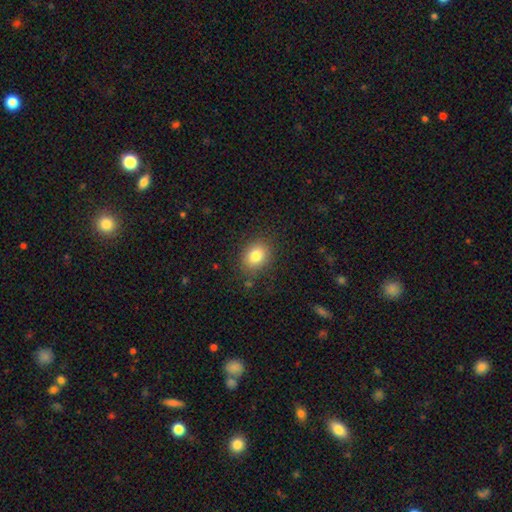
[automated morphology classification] Smooth or featured?
  - smooth: 82% *
  - star or artifact: 10%
  - featured or disk: 8%
How rounded?
  - round: 53% *
  - in between: 46%
  - cigar-shaped: 1%
Merging?
  - none: 84% *
  - minor disturbance: 11%
  - major disturbance: 3%
  - merger: 2%